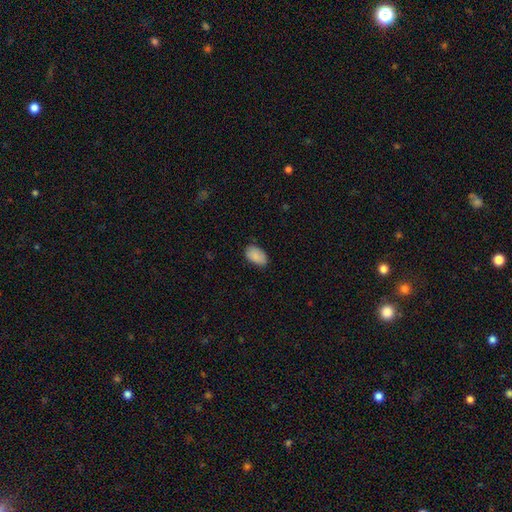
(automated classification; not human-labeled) Overall: smooth (88%). How rounded: in between (93%). Merging: none (78%).